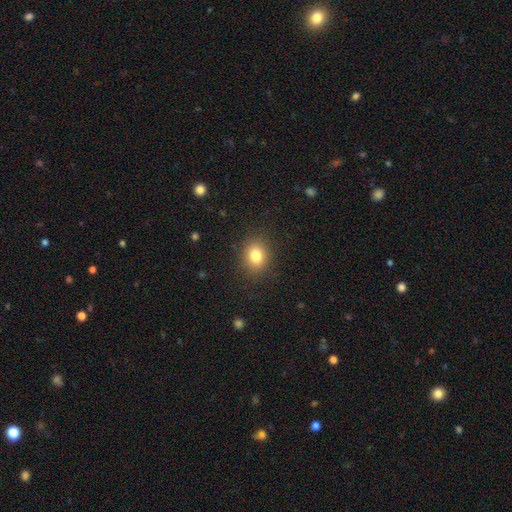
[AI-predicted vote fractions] A smooth galaxy with no disk features (80%) that is round (60%).

Vote fractions:
- Smooth or featured? smooth: 80% / star or artifact: 12% / featured or disk: 8%
- How rounded? round: 60% / in between: 39% / cigar-shaped: 1%
- Merging? none: 87% / minor disturbance: 8% / major disturbance: 3% / merger: 1%